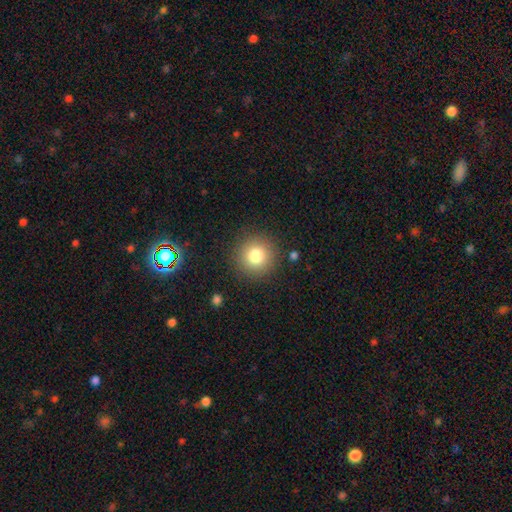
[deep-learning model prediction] smooth-or-featured: smooth: 80% | star or artifact: 11% | featured or disk: 9%
  how-rounded: round: 95% | in between: 4% | cigar-shaped: 1%
  merging: none: 89% | minor disturbance: 7% | major disturbance: 3% | merger: 2%